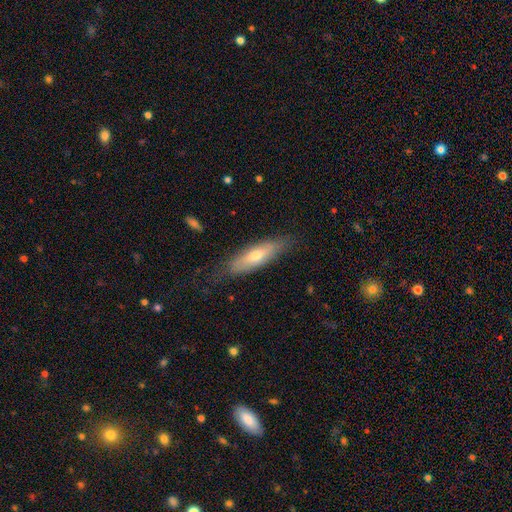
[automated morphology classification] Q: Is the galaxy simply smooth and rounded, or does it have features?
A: smooth — 59%.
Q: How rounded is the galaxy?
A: cigar-shaped — 54%.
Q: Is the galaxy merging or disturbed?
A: none — 75%.